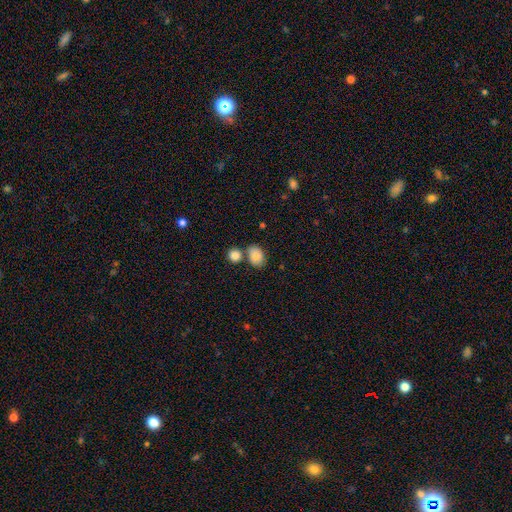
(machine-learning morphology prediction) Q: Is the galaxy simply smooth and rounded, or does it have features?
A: smooth — 86%.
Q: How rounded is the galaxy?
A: in between — 72%.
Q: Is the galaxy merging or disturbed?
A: none — 58%.